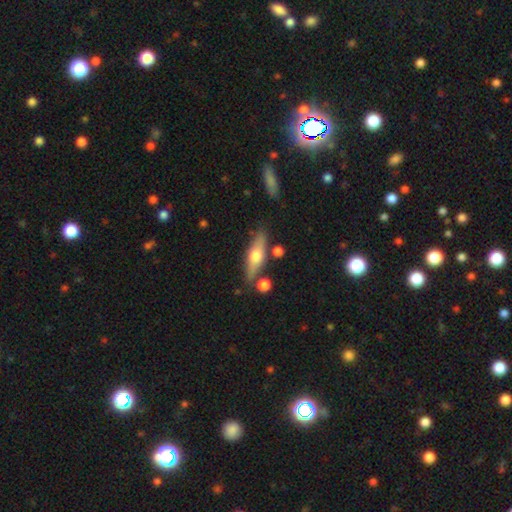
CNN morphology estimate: Q: Smooth or featured?
A: featured or disk (50%); runner-up: smooth (44%)
Q: Merging?
A: none (78%); runner-up: minor disturbance (12%)